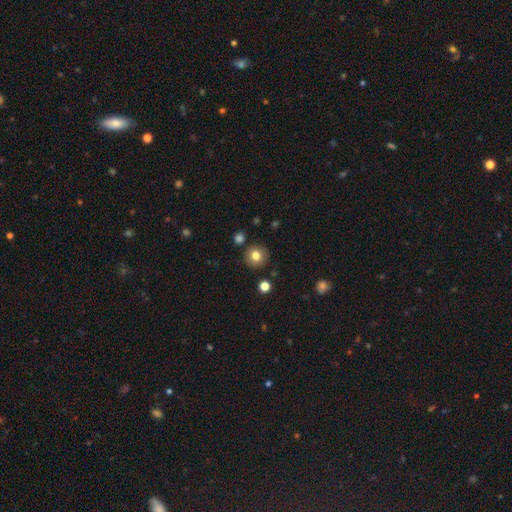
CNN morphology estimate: Smooth or featured? smooth (80%)
How rounded? round (92%)
Merging? none (88%)